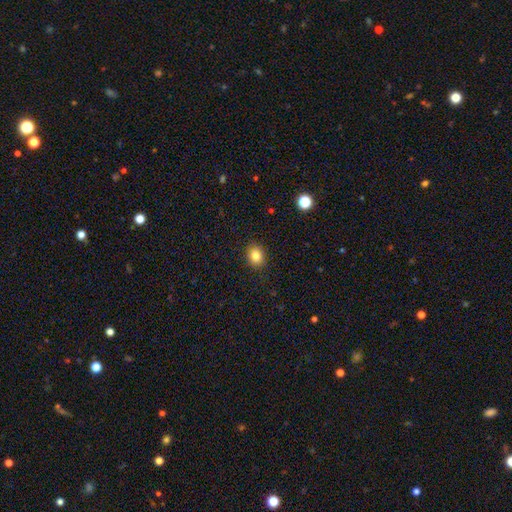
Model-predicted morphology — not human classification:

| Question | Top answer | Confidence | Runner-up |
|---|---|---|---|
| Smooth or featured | smooth | 83% | star or artifact (10%) |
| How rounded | round | 52% | in between (47%) |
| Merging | none | 88% | minor disturbance (8%) |